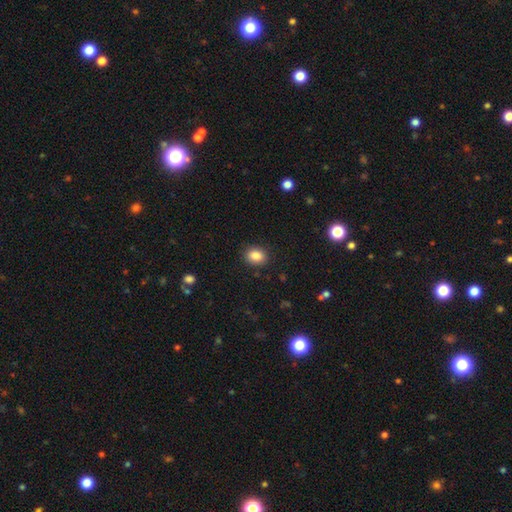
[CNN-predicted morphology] smooth-or-featured: smooth: 86% | star or artifact: 9% | featured or disk: 5%
  how-rounded: in between: 55% | round: 44% | cigar-shaped: 1%
  merging: none: 88% | minor disturbance: 8% | major disturbance: 2% | merger: 1%